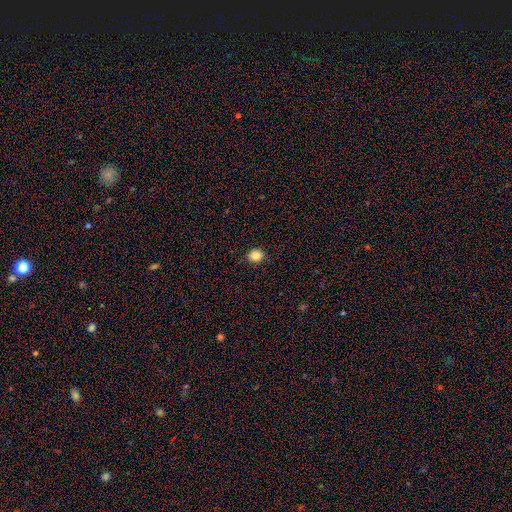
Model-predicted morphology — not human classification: Overall: smooth (85%). How rounded: round (70%). Merging: none (89%).